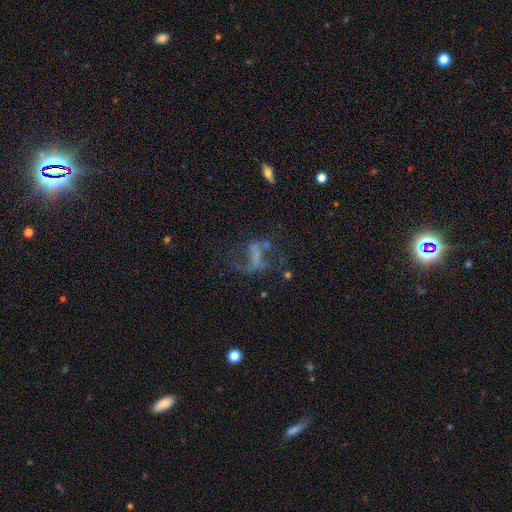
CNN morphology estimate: This appears to be a featured or disk galaxy (56%) with no bar (48%), no spiral arms (55%) and no central bulge (72%). Merging: major disturbance (41%).